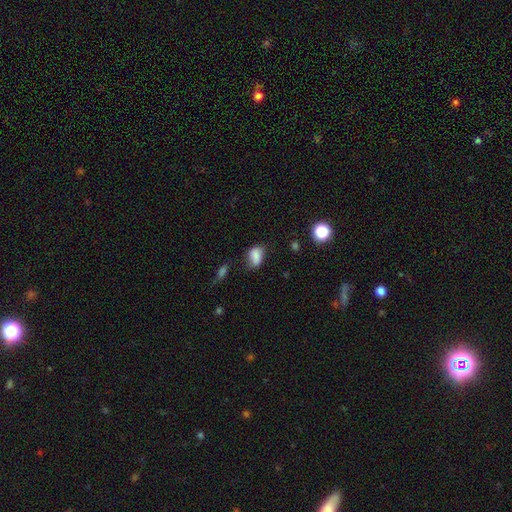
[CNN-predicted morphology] A smooth galaxy with no disk features (80%) that is in between round and cigar-shaped (78%). Merging: none (62%).